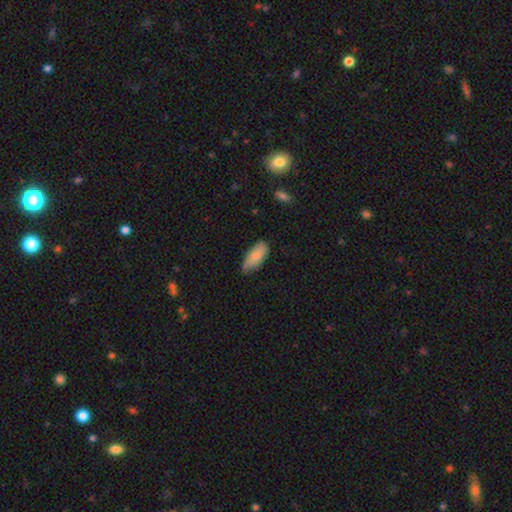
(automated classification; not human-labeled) This is likely a smooth galaxy (79%). How rounded: clearly in between (87%). Merging: likely none (60%).